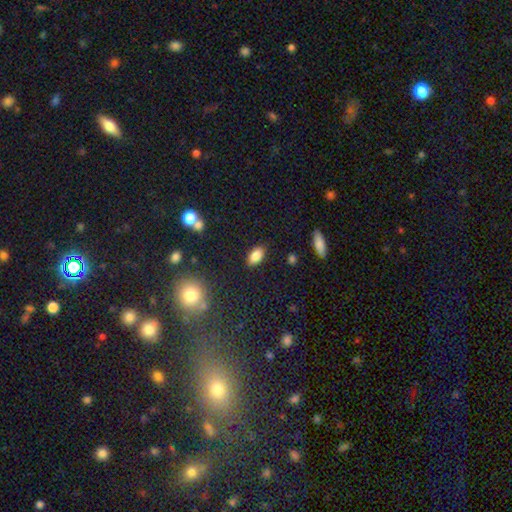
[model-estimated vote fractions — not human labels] Overall: smooth (85%). How rounded: in between (91%). Merging: none (86%).